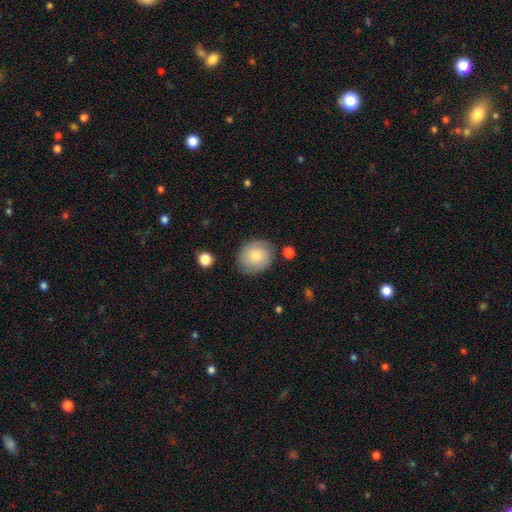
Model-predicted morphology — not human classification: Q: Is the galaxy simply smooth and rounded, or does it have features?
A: smooth — 73%.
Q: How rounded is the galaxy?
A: round — 73%.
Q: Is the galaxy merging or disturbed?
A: none — 80%.